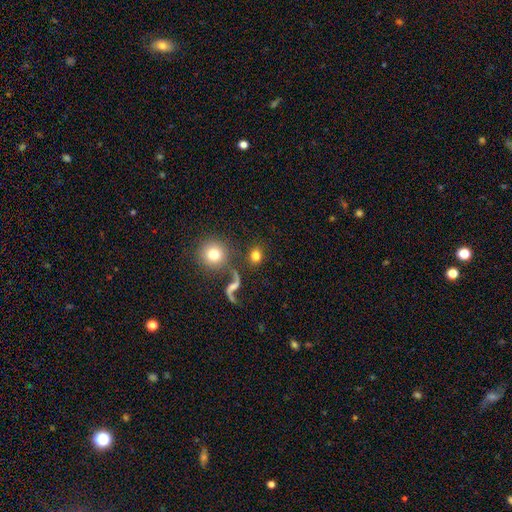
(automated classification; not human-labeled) smooth_or_featured: smooth (p=0.75) [alt: featured or disk p=0.15]
how_rounded: round (p=0.81) [alt: in between p=0.17]
merging: none (p=0.77) [alt: minor disturbance p=0.09]